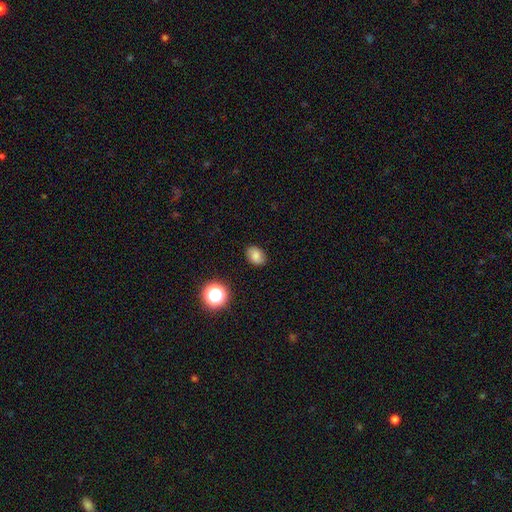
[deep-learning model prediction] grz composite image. It shows a smooth galaxy with no disk features (78%) that is in between round and cigar-shaped (74%). Merging: none (86%).